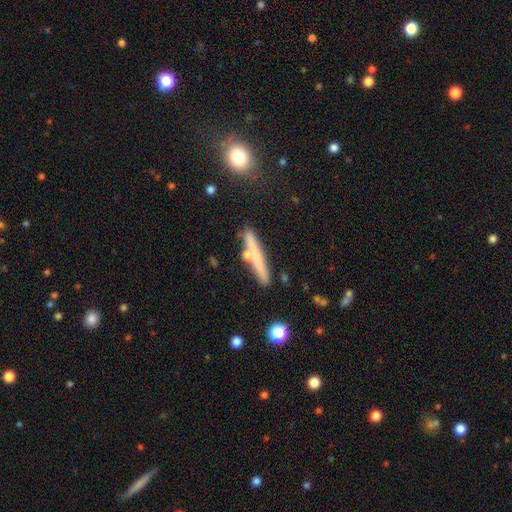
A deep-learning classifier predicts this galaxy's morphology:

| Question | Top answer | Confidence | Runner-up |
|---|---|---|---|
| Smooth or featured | smooth | 55% | featured or disk (37%) |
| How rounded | cigar-shaped | 92% | in between (5%) |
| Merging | none | 78% | minor disturbance (12%) |